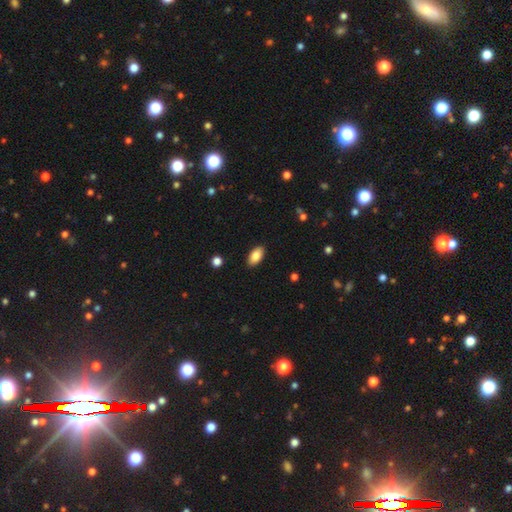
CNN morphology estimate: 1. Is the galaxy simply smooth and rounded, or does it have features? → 86% smooth, 7% star or artifact, 7% featured or disk.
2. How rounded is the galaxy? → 94% in between, 3% cigar-shaped, 3% round.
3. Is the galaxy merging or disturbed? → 89% none, 8% minor disturbance, 2% major disturbance, 1% merger.